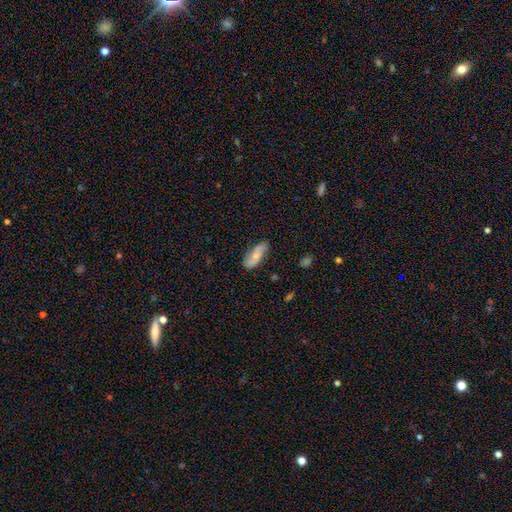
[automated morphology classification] smooth-or-featured: smooth: 62% | featured or disk: 32% | star or artifact: 6%
  how-rounded: in between: 73% | cigar-shaped: 24% | round: 3%
  merging: none: 78% | minor disturbance: 17% | major disturbance: 3% | merger: 2%